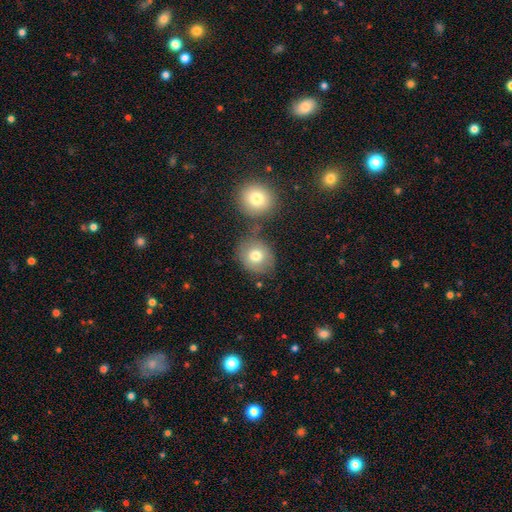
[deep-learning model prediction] This is likely a smooth galaxy (76%). How rounded: likely round (75%). Merging: likely none (64%).